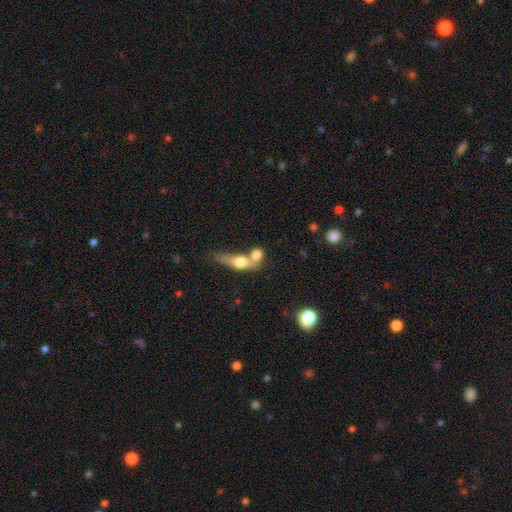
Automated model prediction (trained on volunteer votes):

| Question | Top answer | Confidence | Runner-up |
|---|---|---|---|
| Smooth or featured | smooth | 67% | featured or disk (25%) |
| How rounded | in between | 45% | round (35%) |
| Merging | merger | 60% | none (26%) |